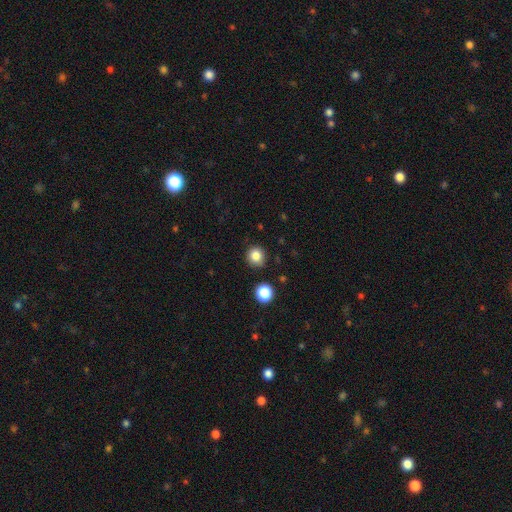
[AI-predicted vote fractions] A smooth galaxy with no disk features (84%) that is round (91%).

Vote fractions:
- Smooth or featured? smooth: 84% / star or artifact: 12% / featured or disk: 5%
- How rounded? round: 91% / in between: 8% / cigar-shaped: 1%
- Merging? none: 87% / minor disturbance: 8% / merger: 2% / major disturbance: 2%